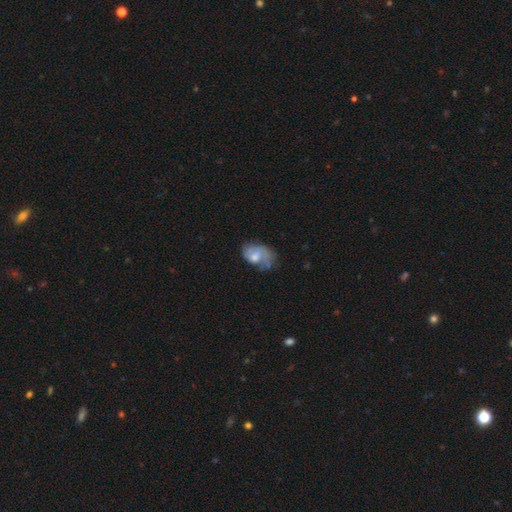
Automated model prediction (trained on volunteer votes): The model was most divided on "smooth or featured": featured or disk: 47%, smooth: 45%, star or artifact: 8%. Remaining: merging — none (35%).